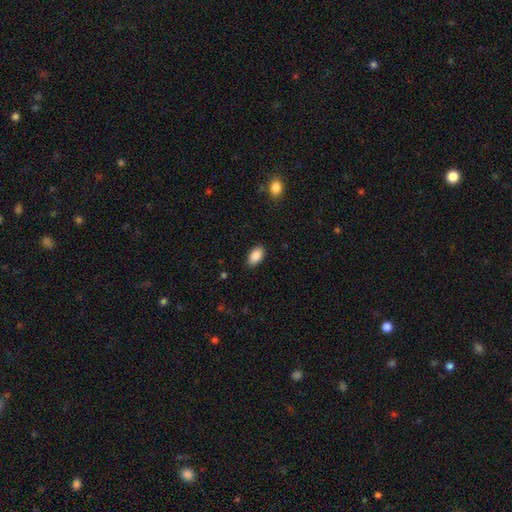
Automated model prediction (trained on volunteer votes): Q: Smooth or featured?
A: smooth (90%); runner-up: star or artifact (7%)
Q: How rounded?
A: in between (93%); runner-up: round (5%)
Q: Merging?
A: none (87%); runner-up: minor disturbance (10%)